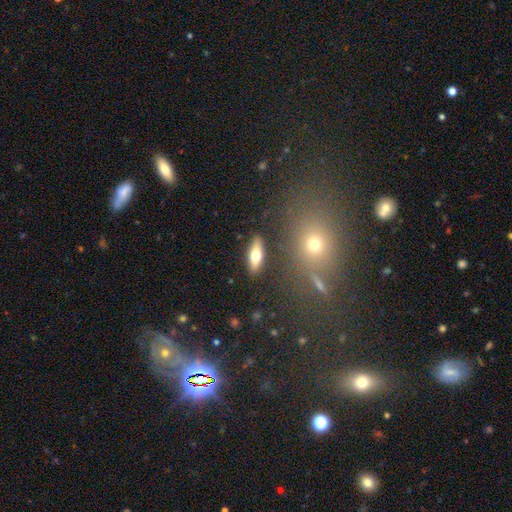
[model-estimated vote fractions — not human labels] This appears to be a smooth galaxy with no disk features (67%) that is in between round and cigar-shaped (65%). Merging: none (86%).